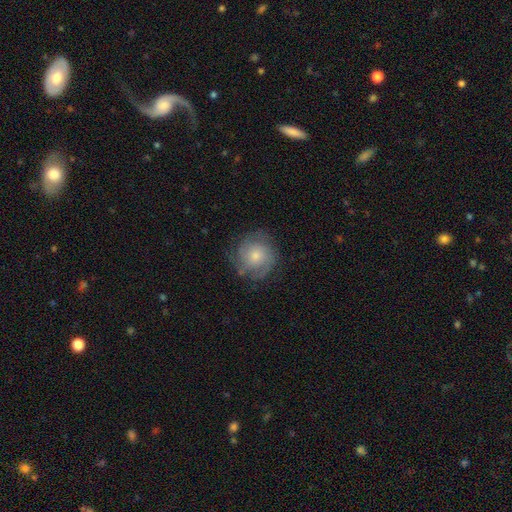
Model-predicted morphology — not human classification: This appears to be a featured or disk galaxy (48%). Merging: none (71%).